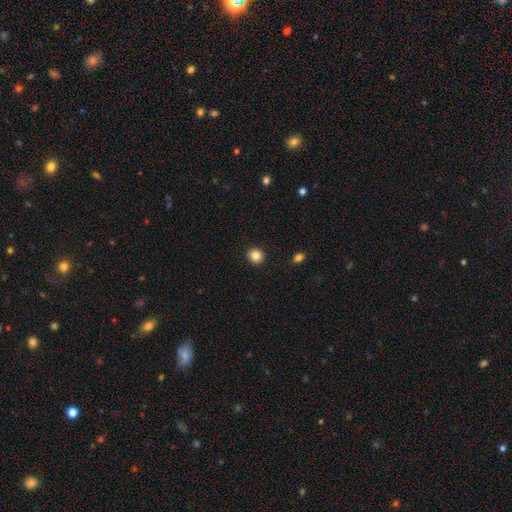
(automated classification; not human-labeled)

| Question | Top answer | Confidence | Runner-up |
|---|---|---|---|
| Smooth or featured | smooth | 84% | star or artifact (10%) |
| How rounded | round | 89% | in between (10%) |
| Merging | none | 92% | minor disturbance (5%) |